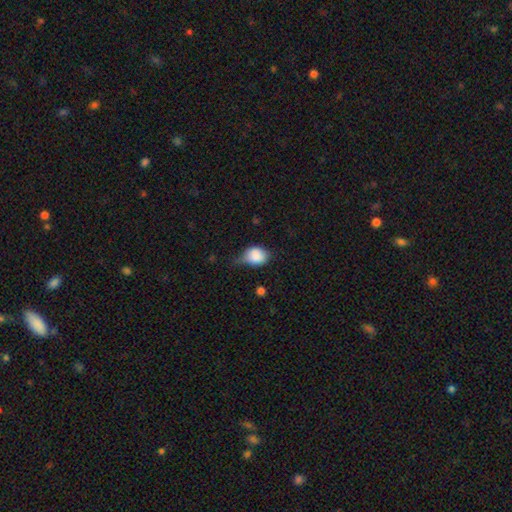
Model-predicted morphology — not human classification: Smooth or featured: smooth — 82% (featured or disk — 9%)
How rounded: in between — 56% (round — 43%)
Merging: minor disturbance — 49% (none — 29%)